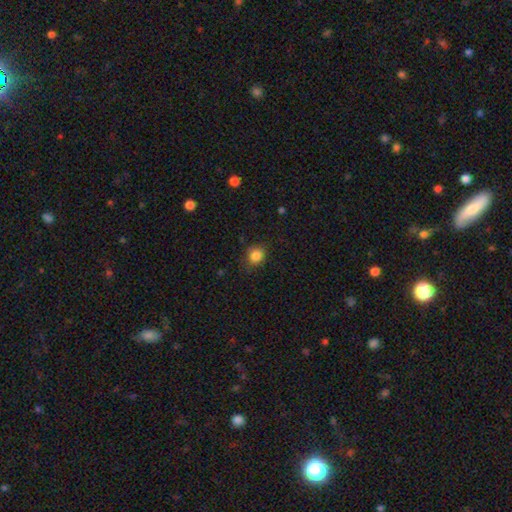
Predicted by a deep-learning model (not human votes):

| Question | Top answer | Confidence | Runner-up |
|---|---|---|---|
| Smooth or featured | smooth | 84% | star or artifact (11%) |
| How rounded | round | 77% | in between (22%) |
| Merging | none | 78% | minor disturbance (16%) |